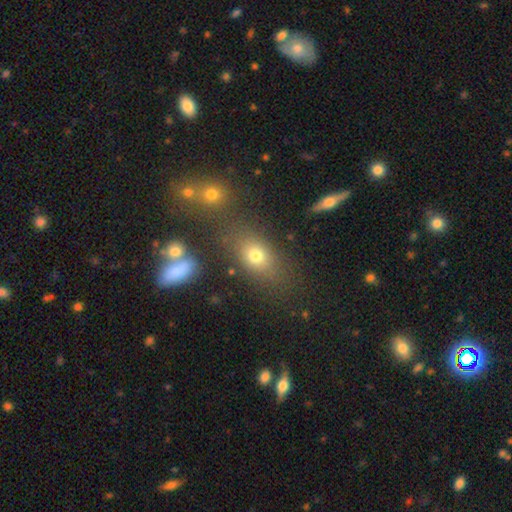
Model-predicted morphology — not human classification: smooth_or_featured: smooth (p=0.71) [alt: star or artifact p=0.17]
how_rounded: in between (p=0.64) [alt: round p=0.31]
merging: none (p=0.71) [alt: minor disturbance p=0.12]